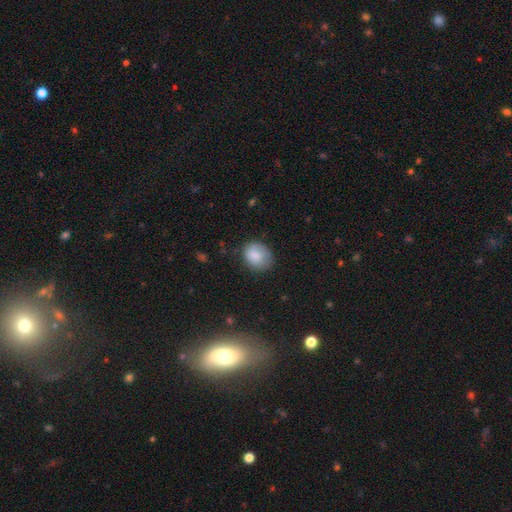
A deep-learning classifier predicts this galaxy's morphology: smooth_or_featured: smooth (p=0.85) [alt: star or artifact p=0.08]
how_rounded: round (p=0.58) [alt: in between p=0.41]
merging: none (p=0.68) [alt: minor disturbance p=0.23]